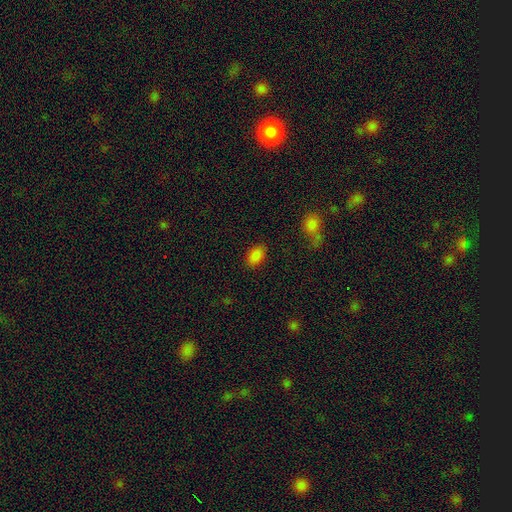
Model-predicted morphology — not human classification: Q: Smooth or featured?
A: smooth (86%); runner-up: star or artifact (10%)
Q: How rounded?
A: in between (91%); runner-up: round (7%)
Q: Merging?
A: none (85%); runner-up: minor disturbance (10%)